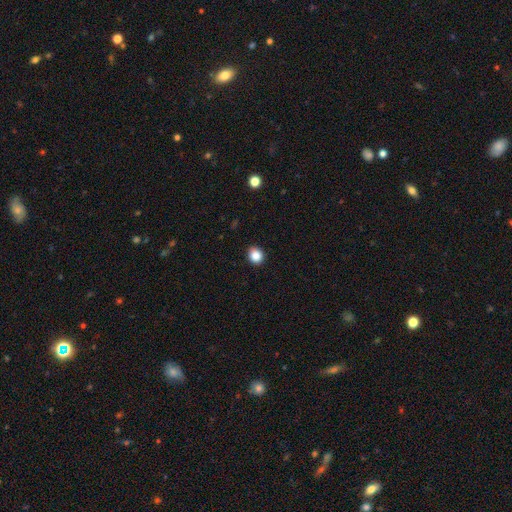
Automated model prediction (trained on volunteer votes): smooth_or_featured: smooth (p=0.87) [alt: star or artifact p=0.10]
how_rounded: round (p=0.76) [alt: in between p=0.23]
merging: none (p=0.90) [alt: minor disturbance p=0.07]